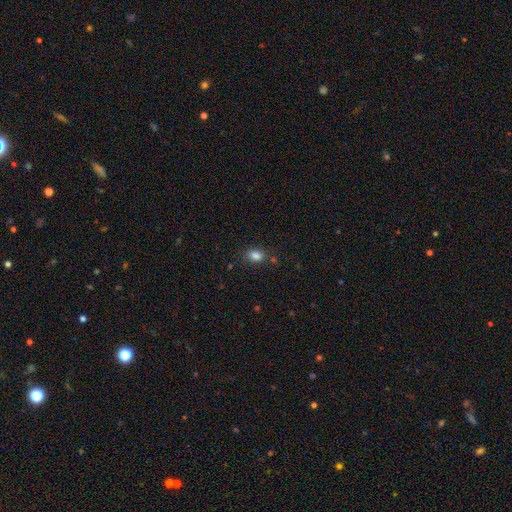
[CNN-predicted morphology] A smooth galaxy with no disk features (84%) that is in between round and cigar-shaped (69%).

Vote fractions:
- Smooth or featured? smooth: 84% / star or artifact: 11% / featured or disk: 5%
- How rounded? in between: 69% / round: 29% / cigar-shaped: 1%
- Merging? none: 79% / minor disturbance: 13% / merger: 5% / major disturbance: 4%